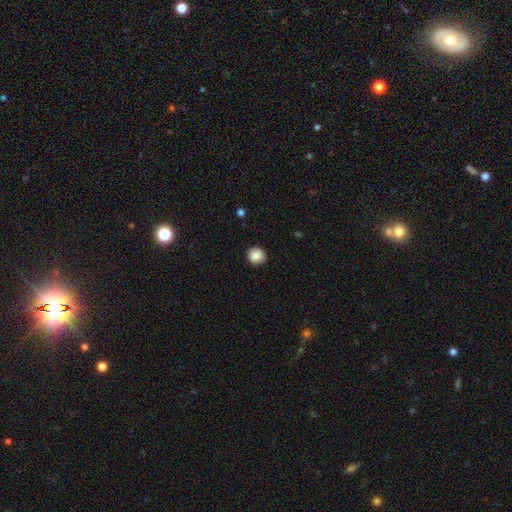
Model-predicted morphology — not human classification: Overall: smooth (86%). How rounded: round (92%). Merging: none (90%).